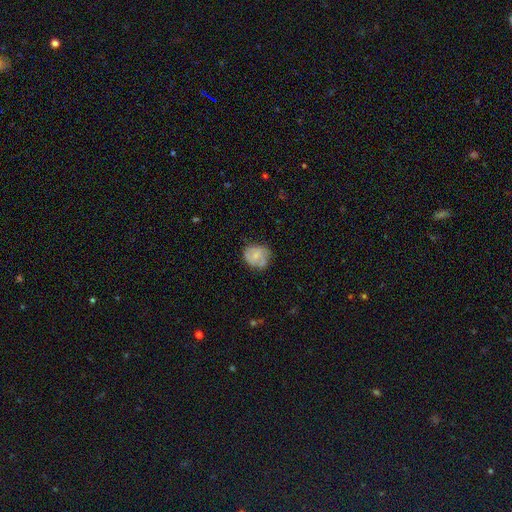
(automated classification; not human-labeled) Morphology: type=smooth (56%); roundness=round (66%); merging=none (58%).